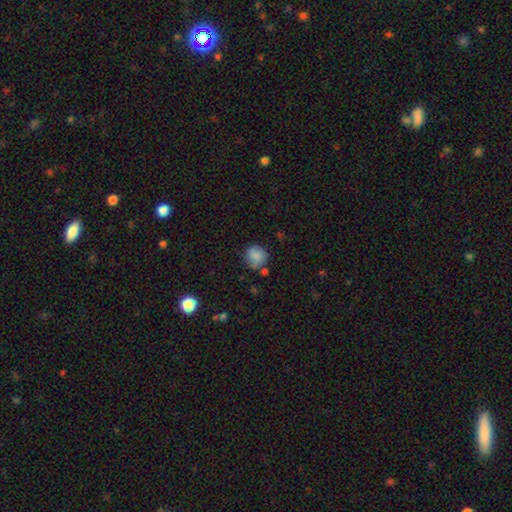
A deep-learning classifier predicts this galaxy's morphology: Q: Smooth or featured?
A: smooth (84%); runner-up: star or artifact (9%)
Q: How rounded?
A: round (87%); runner-up: in between (12%)
Q: Merging?
A: none (72%); runner-up: minor disturbance (17%)